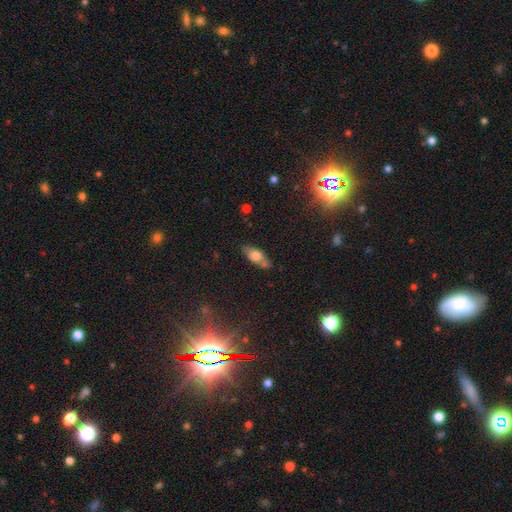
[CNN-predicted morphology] Smooth or featured? smooth (68%)
How rounded? in between (81%)
Merging? none (62%)